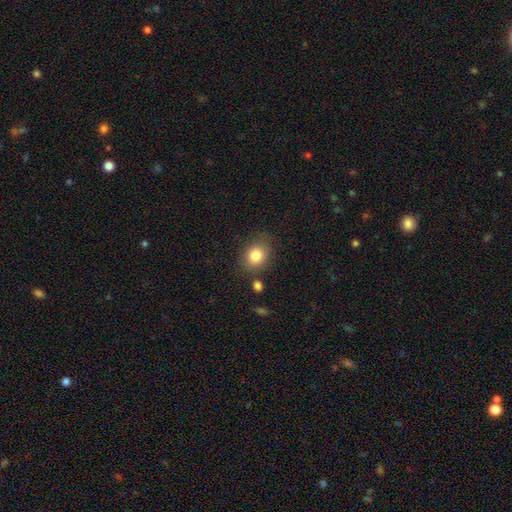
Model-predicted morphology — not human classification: This appears to be a smooth galaxy with no disk features (82%) that is round (54%). Merging: none (77%).